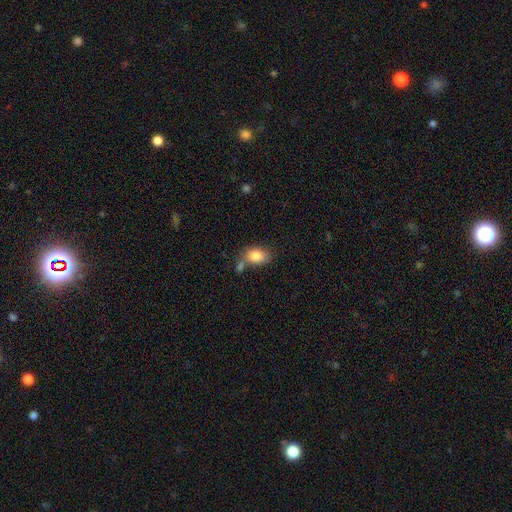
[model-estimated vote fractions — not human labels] Smooth or featured? smooth (85%)
How rounded? in between (81%)
Merging? none (54%)